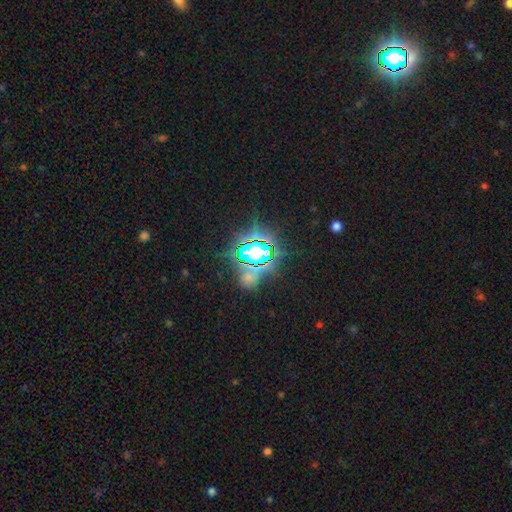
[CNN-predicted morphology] Overall: star or artifact (81%).